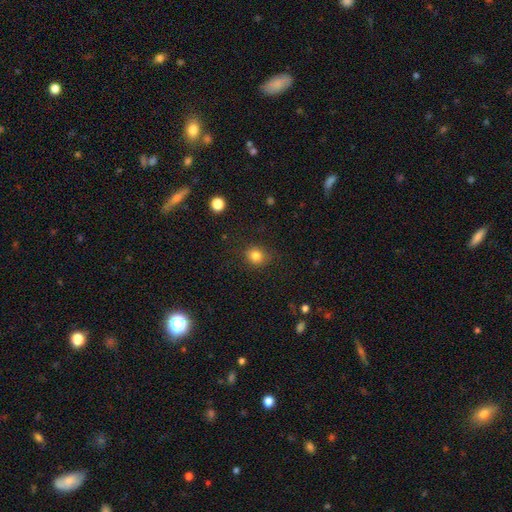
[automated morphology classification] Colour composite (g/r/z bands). It shows a smooth galaxy with no disk features (82%) that is round (77%). Merging: none (82%).